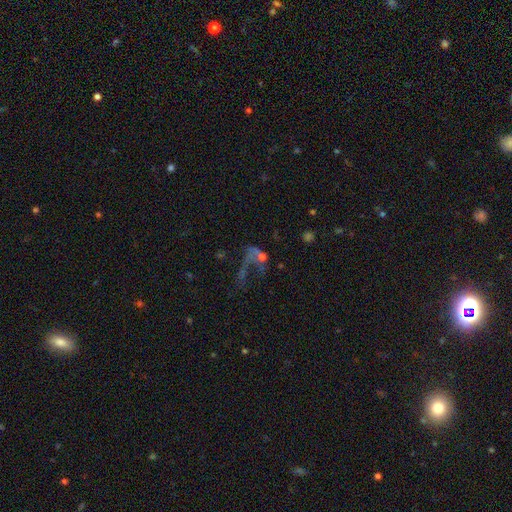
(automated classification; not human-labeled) This is possibly a featured or disk galaxy (46%). Merging: marginally major disturbance (41%).